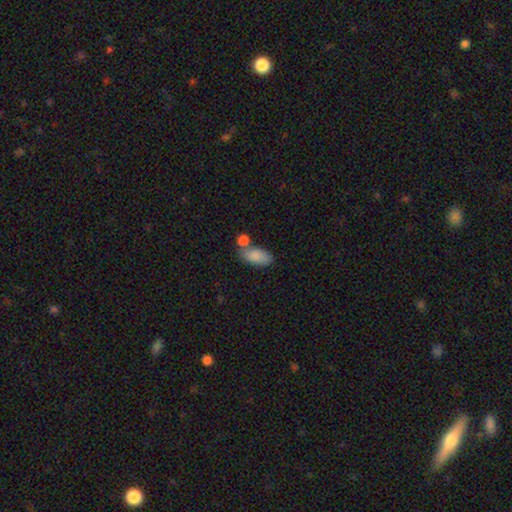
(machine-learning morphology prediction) smooth_or_featured: smooth (p=0.86) [alt: featured or disk p=0.07]
how_rounded: in between (p=0.92) [alt: cigar-shaped p=0.05]
merging: none (p=0.52) [alt: merger p=0.27]